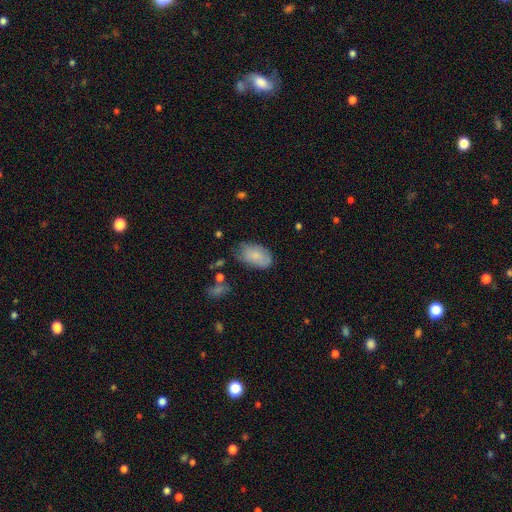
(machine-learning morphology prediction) The model was most divided on "merging": none: 58%, minor disturbance: 31%, major disturbance: 8%, merger: 3%. More confident: how rounded — in between (92%); smooth or featured — smooth (79%).